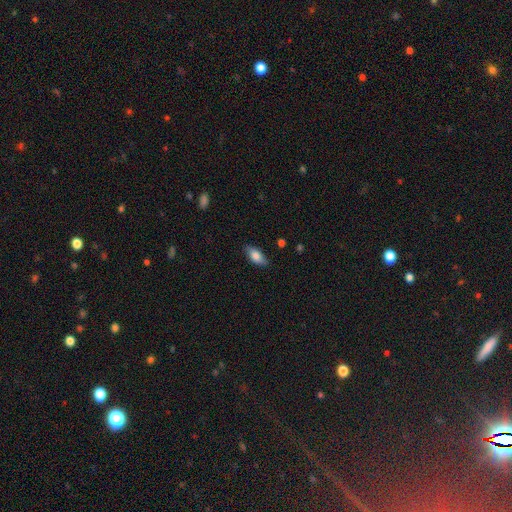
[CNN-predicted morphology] This appears to be a smooth galaxy with no disk features (79%) that is in between round and cigar-shaped (86%). Merging: none (84%).